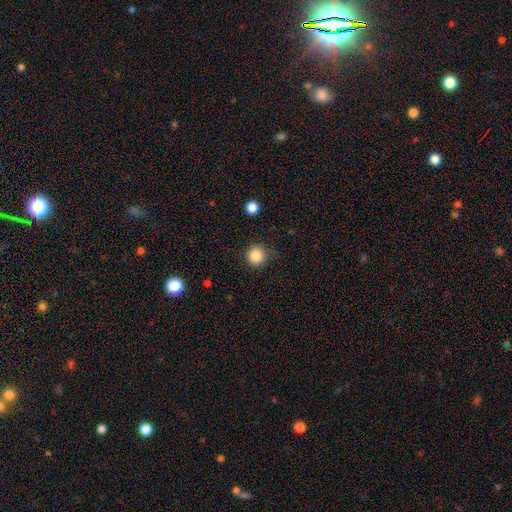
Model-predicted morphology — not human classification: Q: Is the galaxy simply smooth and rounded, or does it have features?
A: smooth — 86%.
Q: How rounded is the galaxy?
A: round — 94%.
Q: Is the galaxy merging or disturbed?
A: none — 83%.